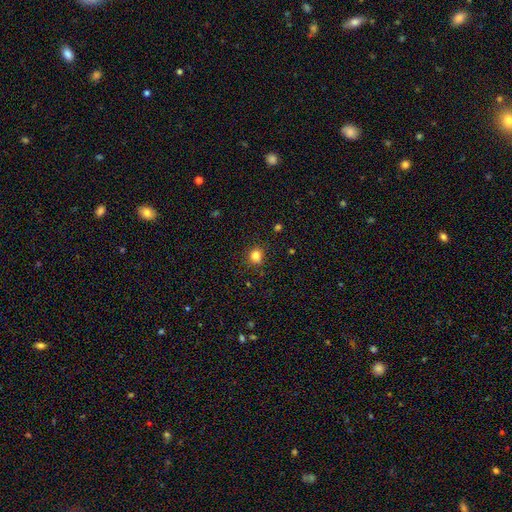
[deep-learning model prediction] Smooth or featured: smooth — 81% (star or artifact — 13%)
How rounded: round — 80% (in between — 19%)
Merging: none — 81% (minor disturbance — 13%)